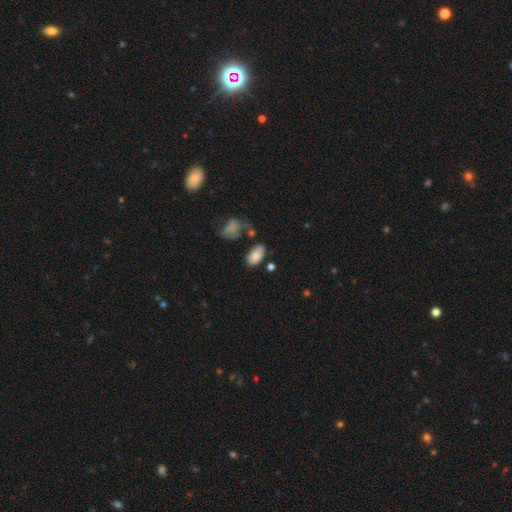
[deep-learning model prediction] smooth_or_featured: smooth (p=0.81) [alt: featured or disk p=0.11]
how_rounded: in between (p=0.93) [alt: round p=0.05]
merging: none (p=0.66) [alt: minor disturbance p=0.20]